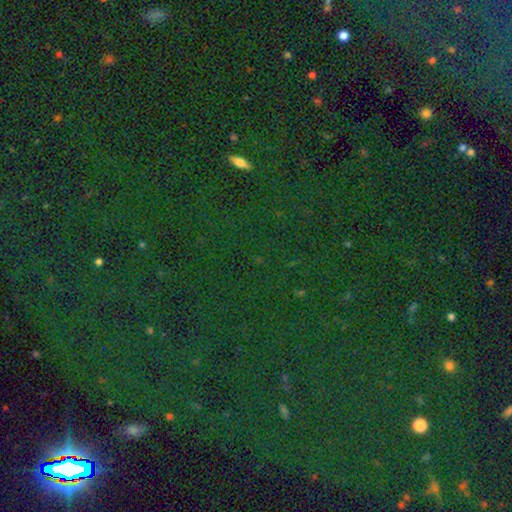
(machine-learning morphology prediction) Smooth or featured? star or artifact (81%)